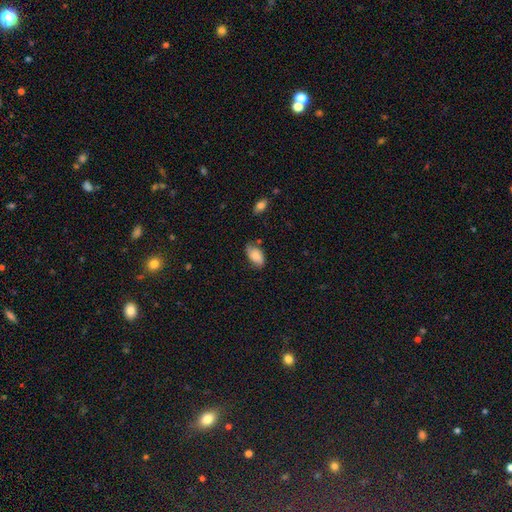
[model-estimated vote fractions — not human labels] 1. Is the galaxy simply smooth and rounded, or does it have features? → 74% smooth, 19% featured or disk, 7% star or artifact.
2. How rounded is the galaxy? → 93% in between, 4% round, 3% cigar-shaped.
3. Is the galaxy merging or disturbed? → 64% none, 27% minor disturbance, 6% major disturbance, 3% merger.